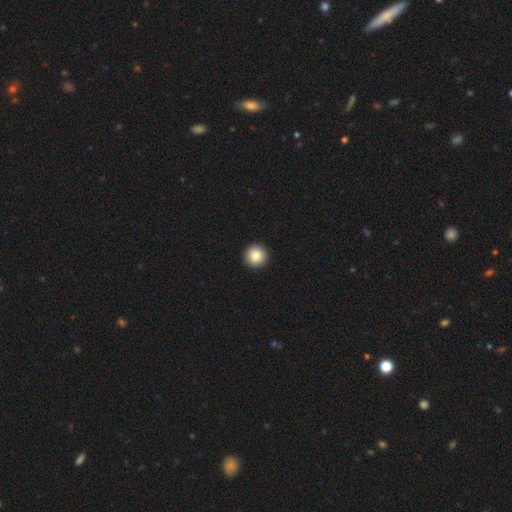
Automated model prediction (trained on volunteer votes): This appears to be a smooth galaxy with no disk features (85%) that is round (96%). Merging: none (93%).